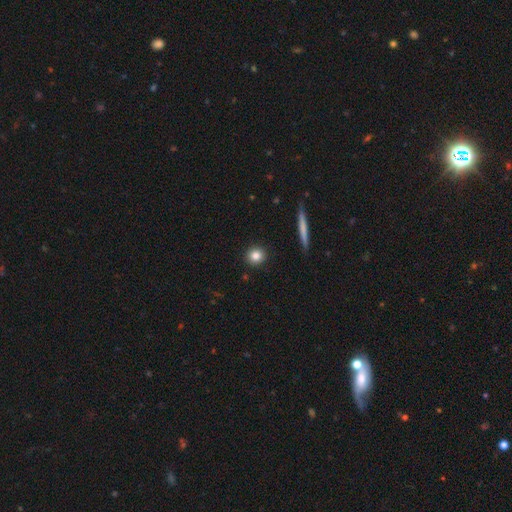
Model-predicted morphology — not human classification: Smooth or featured? Predicted: smooth (p=0.83). How rounded? Predicted: round (p=0.87). Merging? Predicted: none (p=0.91).